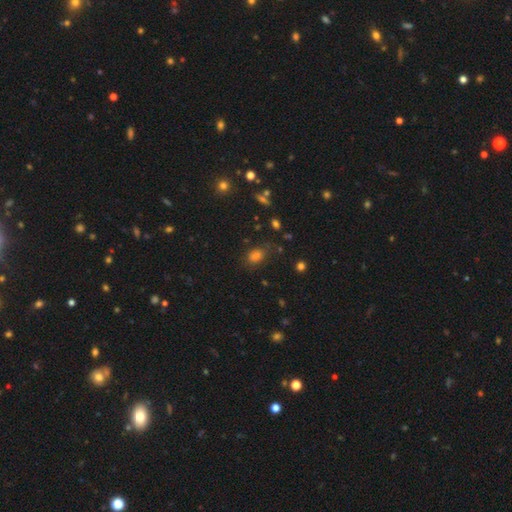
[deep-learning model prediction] Smooth or featured?
  - smooth: 72% *
  - star or artifact: 20%
  - featured or disk: 8%
How rounded?
  - in between: 74% *
  - round: 23%
  - cigar-shaped: 2%
Merging?
  - none: 71% *
  - minor disturbance: 19%
  - major disturbance: 7%
  - merger: 3%